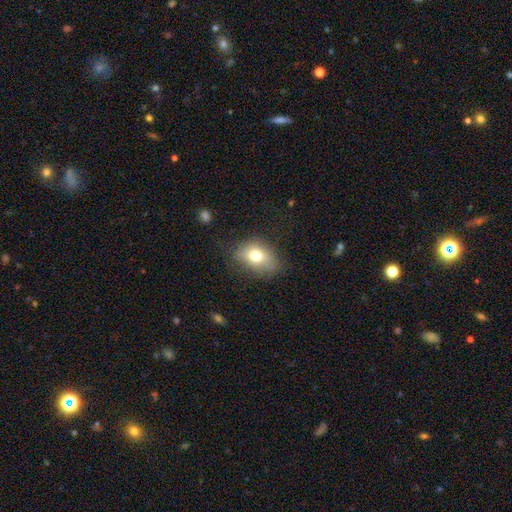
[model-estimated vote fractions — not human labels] A smooth galaxy with no disk features (72%) that is in between round and cigar-shaped (73%).

Vote fractions:
- Smooth or featured? smooth: 72% / featured or disk: 17% / star or artifact: 11%
- How rounded? in between: 73% / round: 25% / cigar-shaped: 2%
- Merging? none: 67% / minor disturbance: 23% / major disturbance: 9% / merger: 2%